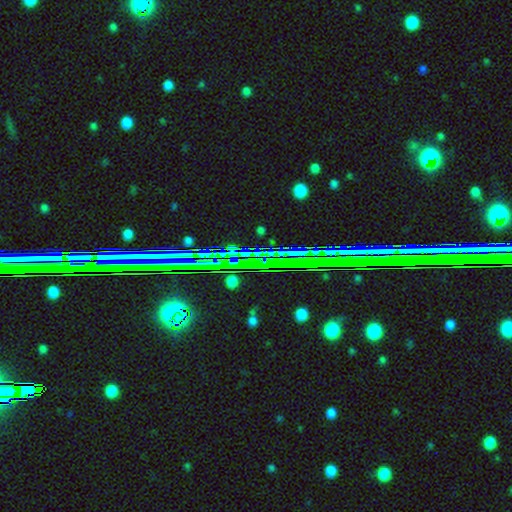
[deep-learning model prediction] A star or artifact, not a galaxy (76%).

Vote fractions:
- Smooth or featured? star or artifact: 76% / featured or disk: 13% / smooth: 11%